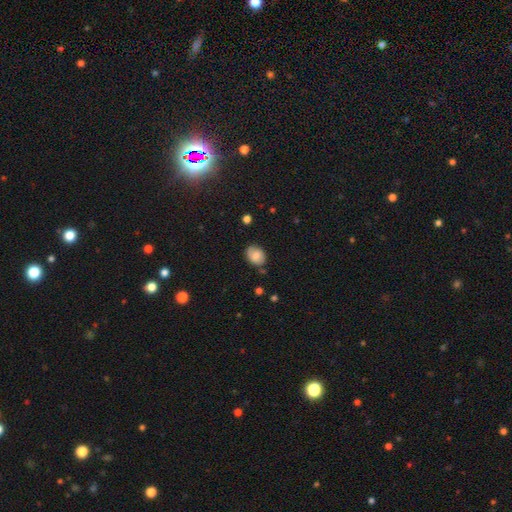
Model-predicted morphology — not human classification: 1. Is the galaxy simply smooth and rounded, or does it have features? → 69% smooth, 22% featured or disk, 9% star or artifact.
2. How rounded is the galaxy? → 61% in between, 38% round, 1% cigar-shaped.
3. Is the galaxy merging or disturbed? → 73% none, 21% minor disturbance, 4% major disturbance, 2% merger.